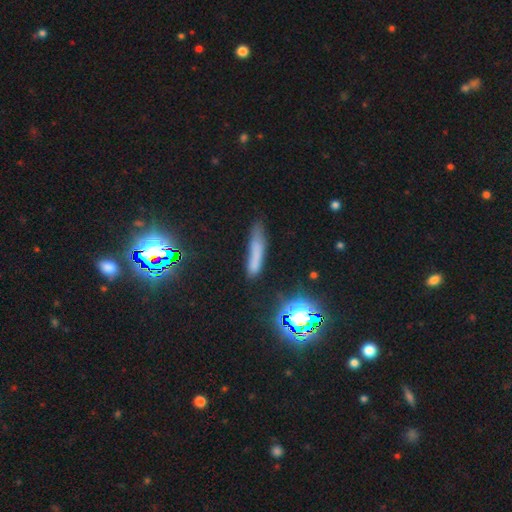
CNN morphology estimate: smooth 62%, star or artifact 21%, featured or disk 17%. Down the decision tree: how rounded — cigar-shaped (85%); merging — none (57%).